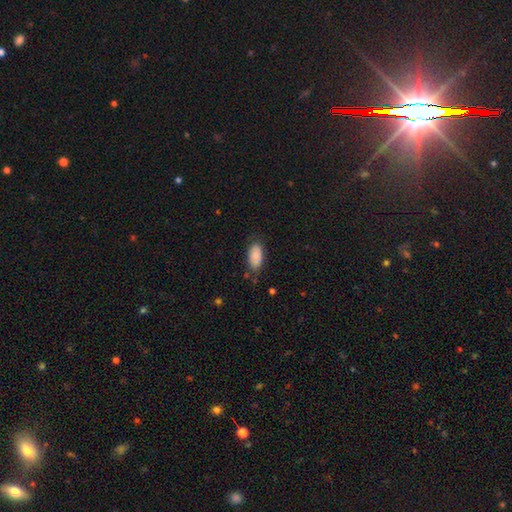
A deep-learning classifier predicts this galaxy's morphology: This is clearly a smooth galaxy (84%). How rounded: clearly in between (93%). Merging: likely none (70%).